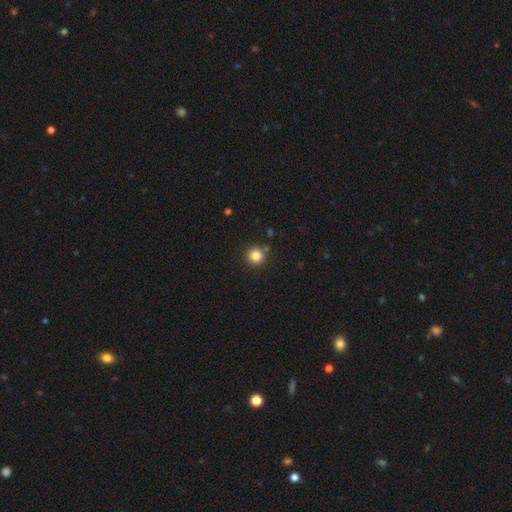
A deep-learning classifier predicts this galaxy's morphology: The model was most divided on "smooth or featured": smooth: 84%, star or artifact: 12%, featured or disk: 4%. More confident: how rounded — round (95%); merging — none (86%).